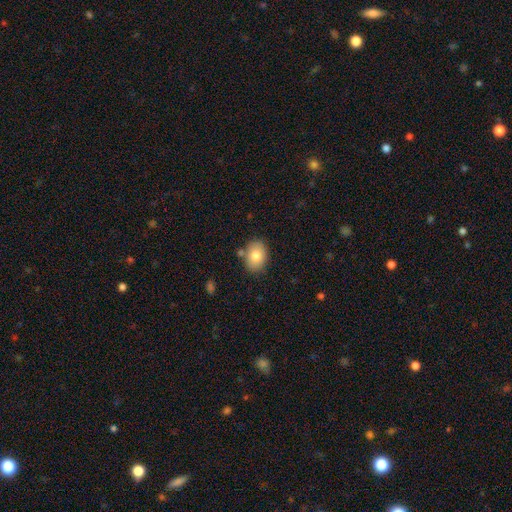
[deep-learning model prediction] Overall: smooth (81%). How rounded: in between (70%). Merging: none (80%).